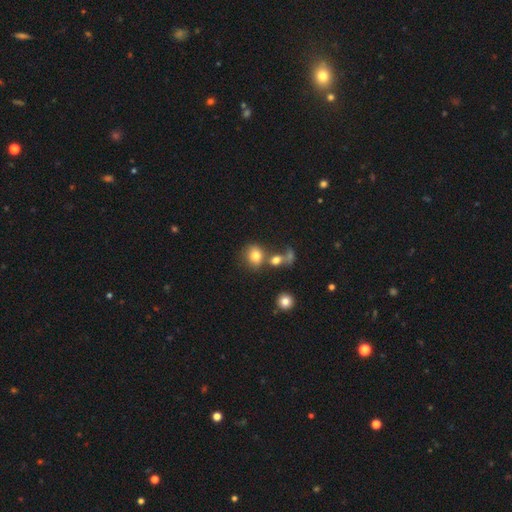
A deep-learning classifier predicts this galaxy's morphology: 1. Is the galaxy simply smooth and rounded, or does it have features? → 78% smooth, 12% star or artifact, 10% featured or disk.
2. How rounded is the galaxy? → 68% round, 31% in between, 1% cigar-shaped.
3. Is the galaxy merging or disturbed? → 56% none, 24% merger, 13% minor disturbance, 7% major disturbance.